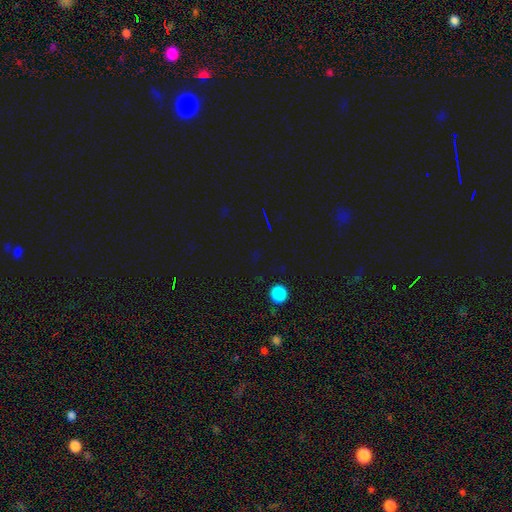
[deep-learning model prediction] This is possibly a star or artifact rather than a galaxy (53%).